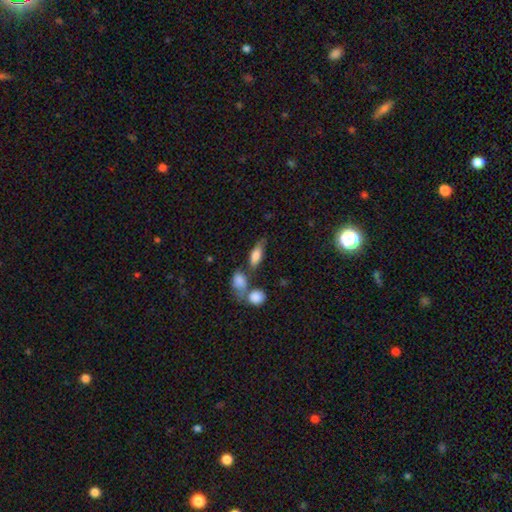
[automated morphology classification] Smooth or featured: smooth — 72% (featured or disk — 20%)
How rounded: in between — 72% (cigar-shaped — 22%)
Merging: none — 50% (merger — 24%)